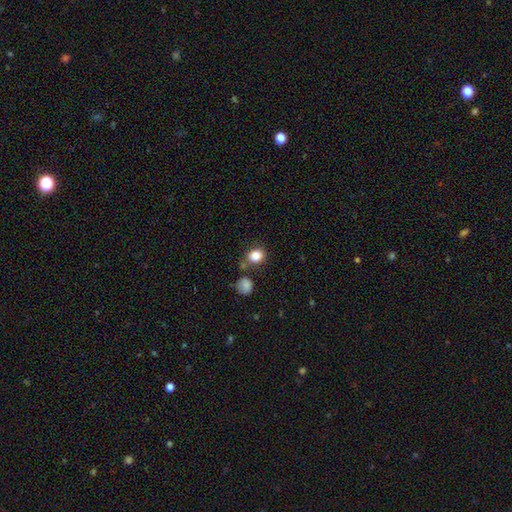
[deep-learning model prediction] smooth_or_featured: smooth (p=0.84) [alt: star or artifact p=0.10]
how_rounded: round (p=0.61) [alt: in between p=0.38]
merging: none (p=0.72) [alt: minor disturbance p=0.13]